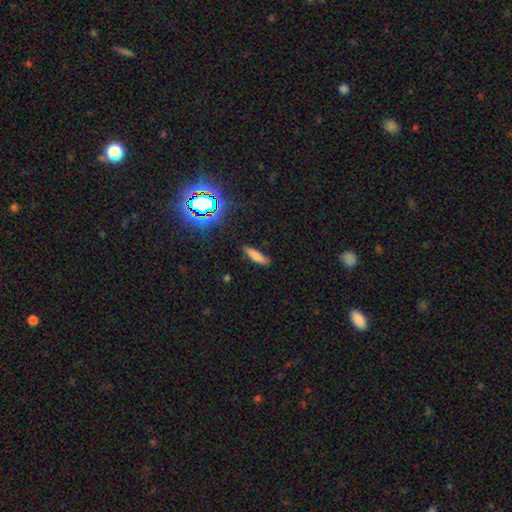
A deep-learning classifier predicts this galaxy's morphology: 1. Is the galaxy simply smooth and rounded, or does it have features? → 74% smooth, 13% star or artifact, 13% featured or disk.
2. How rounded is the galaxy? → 71% cigar-shaped, 27% in between, 2% round.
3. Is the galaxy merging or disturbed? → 80% none, 15% minor disturbance, 3% major disturbance, 2% merger.